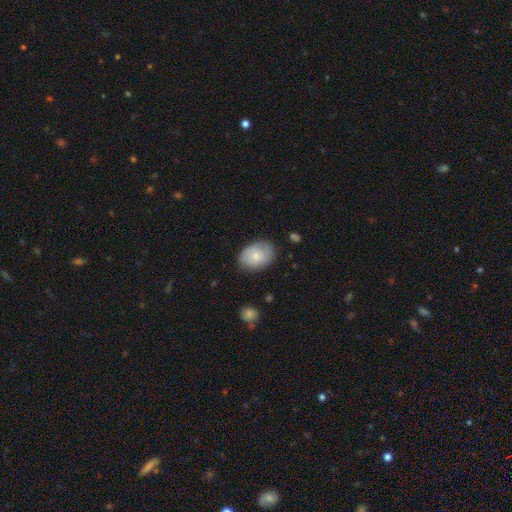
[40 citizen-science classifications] Smooth or featured?
  - smooth: 65% *
  - featured or disk: 28%
  - star or artifact: 8%
How rounded?
  - in between: 69% *
  - round: 31%
  - cigar-shaped: 0%
Merging?
  - none: 70% *
  - minor disturbance: 30%
  - major disturbance: 0%
  - merger: 0%